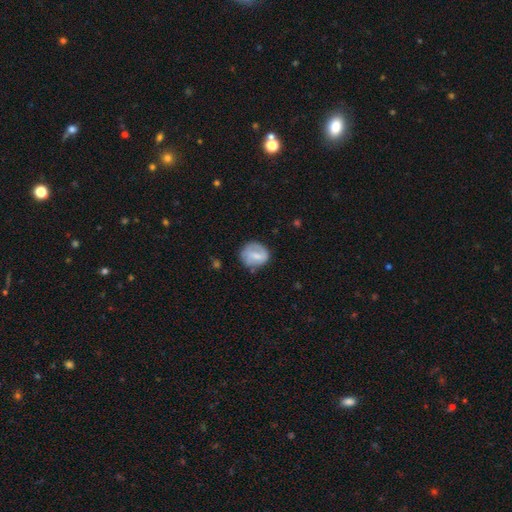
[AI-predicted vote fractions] The model was most divided on "smooth or featured": smooth: 61%, featured or disk: 31%, star or artifact: 7%. More confident: how rounded — round (77%); merging — none (67%).